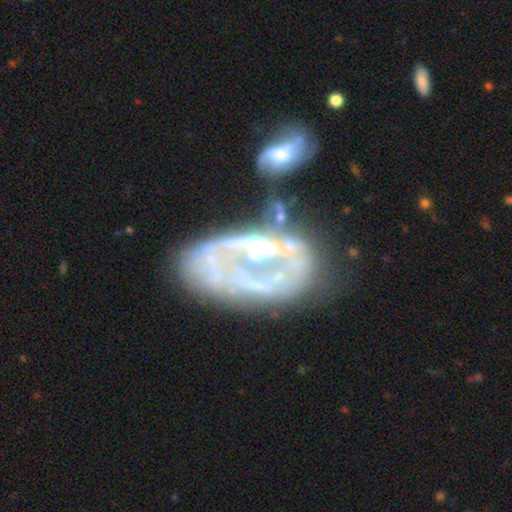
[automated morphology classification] Smooth or featured? featured or disk (75%)
Edge-on disk? no (96%)
Bar? no (70%)
Spiral arms? no (67%)
Bulge size? none (36%)
Merging? none (32%)